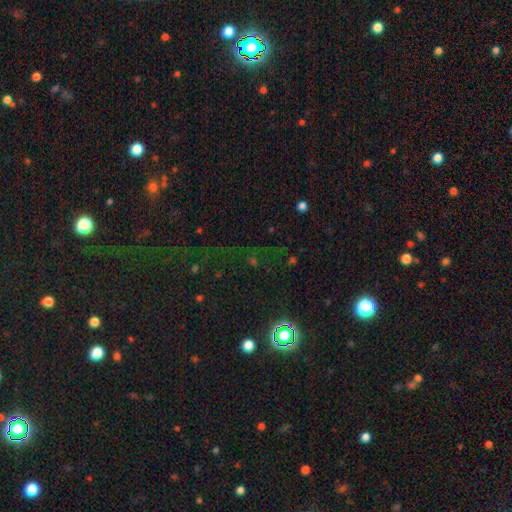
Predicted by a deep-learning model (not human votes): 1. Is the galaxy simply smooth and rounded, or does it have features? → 72% star or artifact, 19% smooth, 8% featured or disk.